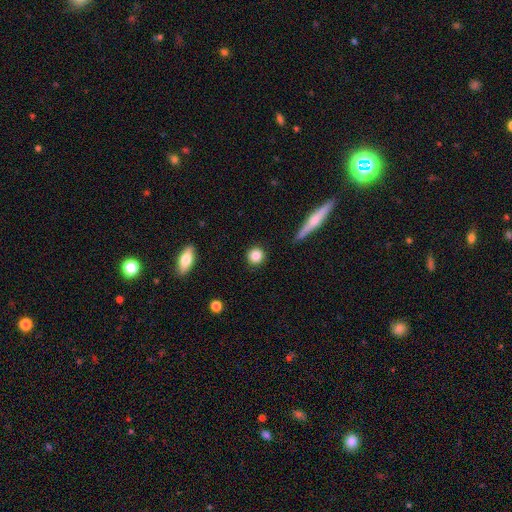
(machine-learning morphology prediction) smooth-or-featured: smooth: 85% | star or artifact: 9% | featured or disk: 7%
  how-rounded: round: 92% | in between: 7% | cigar-shaped: 2%
  merging: none: 90% | minor disturbance: 6% | major disturbance: 2% | merger: 2%